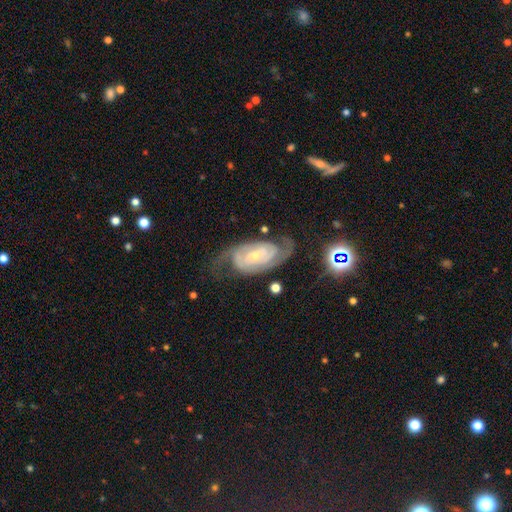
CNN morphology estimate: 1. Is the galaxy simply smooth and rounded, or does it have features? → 87% featured or disk, 7% smooth, 6% star or artifact.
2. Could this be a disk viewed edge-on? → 96% no, 4% yes.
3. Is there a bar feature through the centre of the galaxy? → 56% no, 32% weak, 12% strong.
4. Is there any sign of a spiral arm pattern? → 96% yes, 4% no.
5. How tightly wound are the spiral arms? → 51% tight, 38% medium, 11% loose.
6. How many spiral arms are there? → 77% 2, 11% can't tell, 6% 3, 2% 1, 2% 4, 2% more than 4.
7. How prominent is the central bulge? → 71% small, 25% moderate, 2% none, 2% large, 1% dominant.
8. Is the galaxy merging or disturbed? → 65% none, 19% minor disturbance, 13% major disturbance, 2% merger.